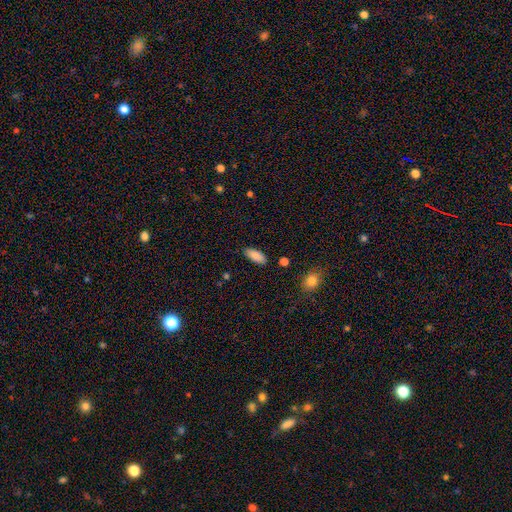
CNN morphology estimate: Smooth or featured: smooth — 88% (star or artifact — 7%)
How rounded: in between — 84% (cigar-shaped — 14%)
Merging: none — 85% (minor disturbance — 11%)